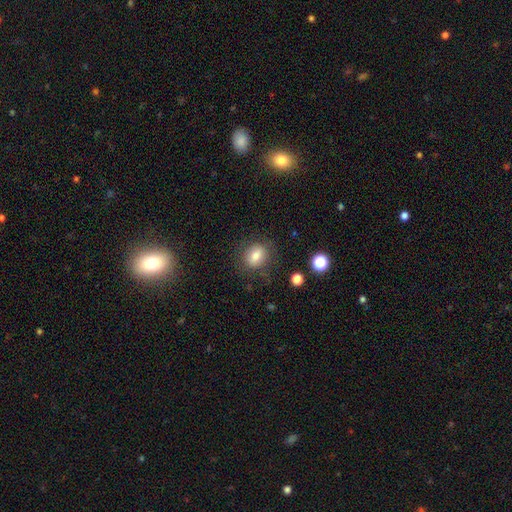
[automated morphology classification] The model was most divided on "how rounded": in between: 51%, round: 47%, cigar-shaped: 1%. More confident: merging — none (80%); smooth or featured — smooth (79%).